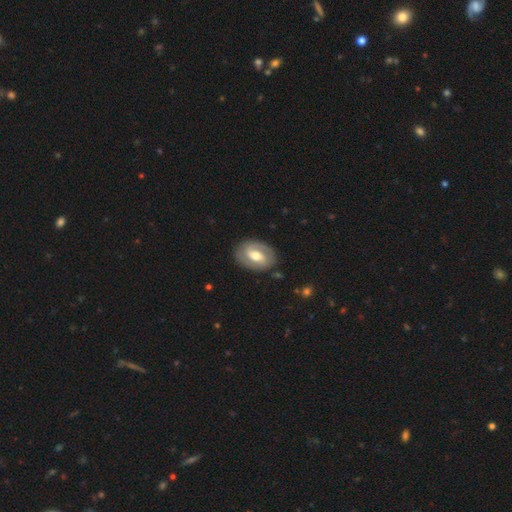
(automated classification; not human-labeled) Smooth or featured: featured or disk — 63% (smooth — 32%)
Edge-on disk: no — 95% (yes — 5%)
Bar: weak — 42% (no — 29%)
Spiral arms: yes — 60% (no — 40%)
Bulge size: moderate — 70% (large — 15%)
Merging: none — 83% (minor disturbance — 12%)